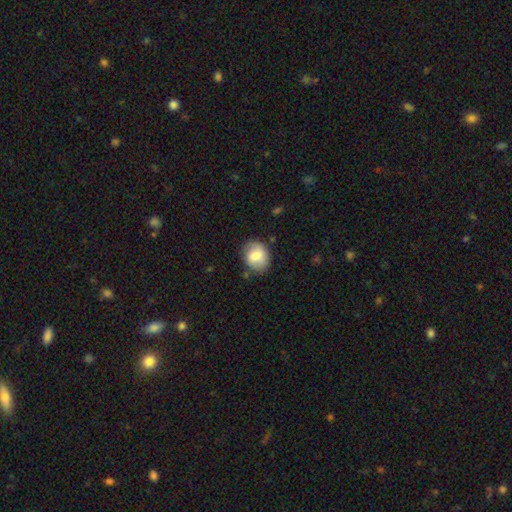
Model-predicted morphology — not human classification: The model was most divided on "how rounded": round: 62%, in between: 37%, cigar-shaped: 1%. More confident: merging — none (78%); smooth or featured — smooth (77%).